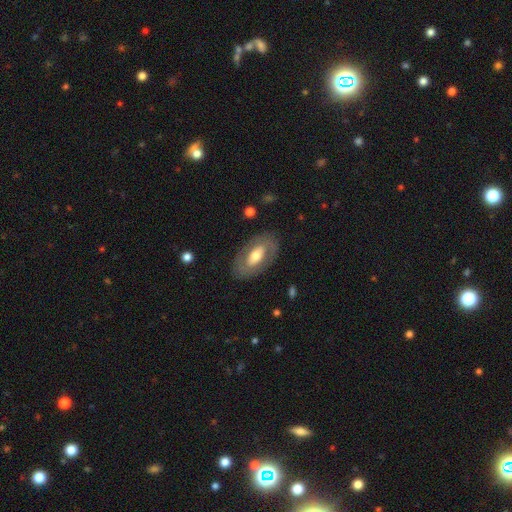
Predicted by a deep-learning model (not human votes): Morphology: type=featured or disk (56%); edge-on=no (90%); bar=no (52%); spiral arms=no (65%); bulge=moderate (59%); merging=none (81%).